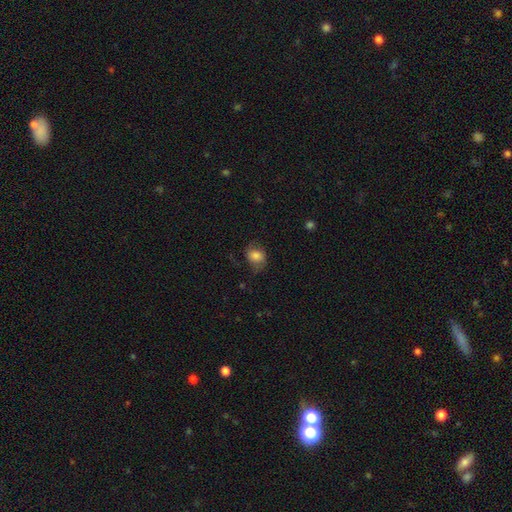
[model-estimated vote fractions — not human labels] This is likely a smooth galaxy (73%). How rounded: possibly in between (54%). Merging: likely none (60%).